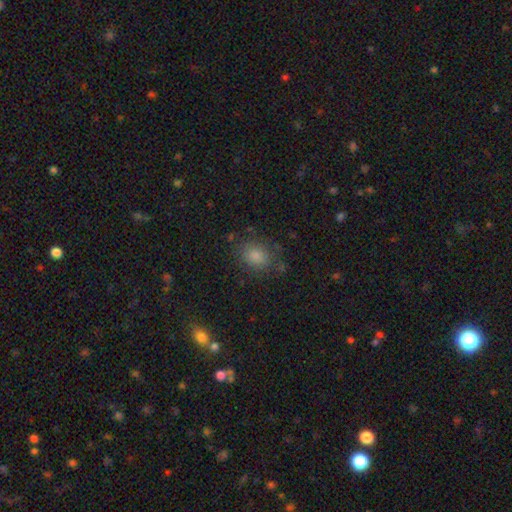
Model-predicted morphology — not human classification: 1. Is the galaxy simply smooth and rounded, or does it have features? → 76% smooth, 17% star or artifact, 8% featured or disk.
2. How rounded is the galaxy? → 50% round, 49% in between, 1% cigar-shaped.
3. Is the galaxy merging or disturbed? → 80% none, 12% minor disturbance, 4% major disturbance, 3% merger.